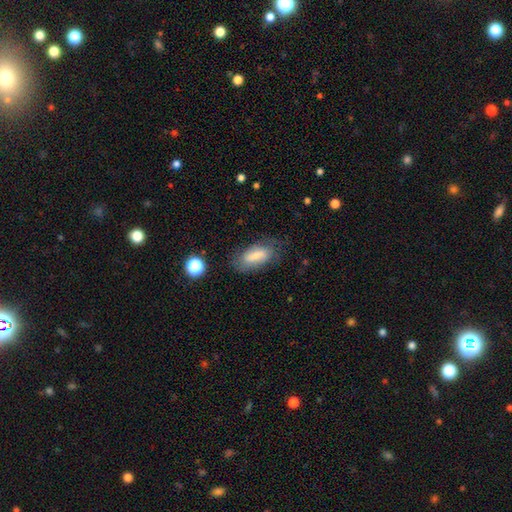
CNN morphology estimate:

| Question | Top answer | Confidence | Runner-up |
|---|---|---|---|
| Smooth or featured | smooth | 66% | featured or disk (25%) |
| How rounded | in between | 84% | cigar-shaped (13%) |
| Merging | none | 67% | minor disturbance (21%) |